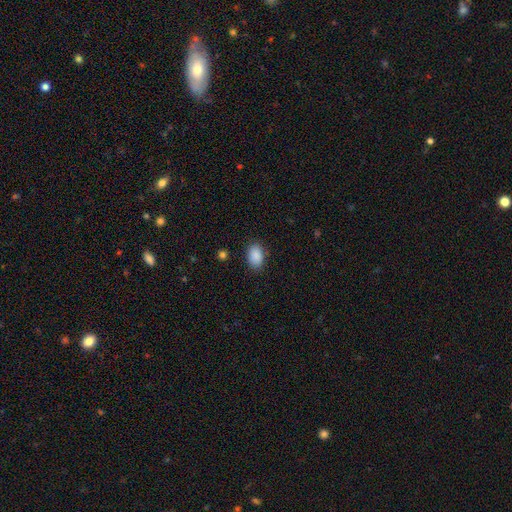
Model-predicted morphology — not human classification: This is clearly a smooth galaxy (89%). How rounded: clearly in between (88%). Merging: clearly none (86%).